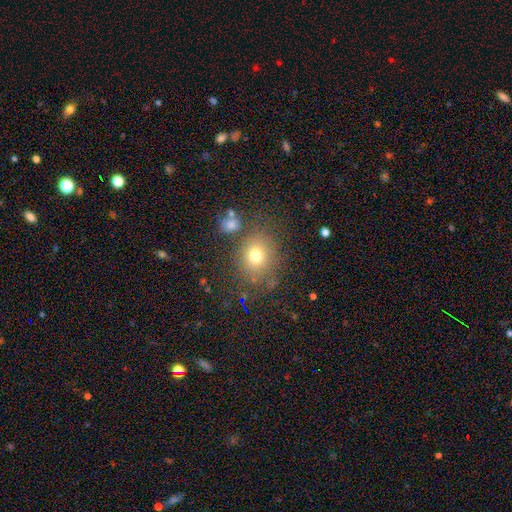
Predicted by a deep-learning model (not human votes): smooth_or_featured: smooth (p=0.73) [alt: star or artifact p=0.16]
how_rounded: round (p=0.71) [alt: in between p=0.28]
merging: none (p=0.76) [alt: minor disturbance p=0.12]